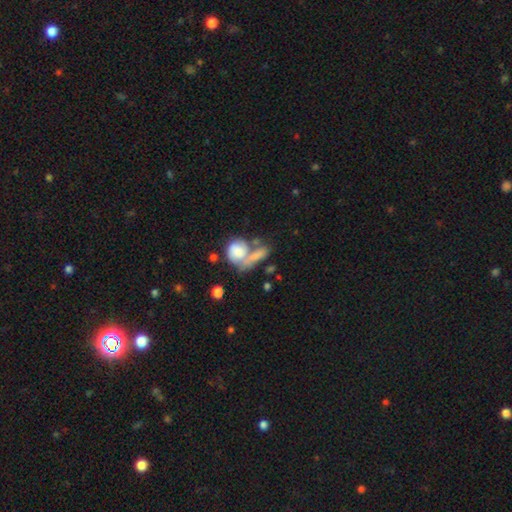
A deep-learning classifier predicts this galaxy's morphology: smooth-or-featured: smooth: 69% | featured or disk: 22% | star or artifact: 9%
  how-rounded: in between: 58% | round: 31% | cigar-shaped: 11%
  merging: merger: 52% | none: 26% | major disturbance: 13% | minor disturbance: 10%